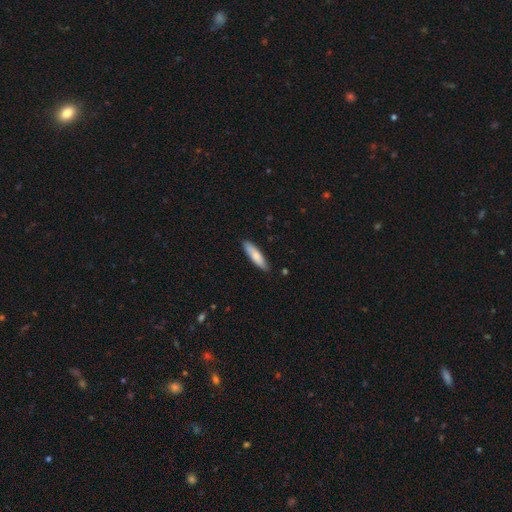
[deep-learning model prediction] Smooth or featured?
  - smooth: 76% *
  - featured or disk: 19%
  - star or artifact: 5%
How rounded?
  - cigar-shaped: 70% *
  - in between: 28%
  - round: 1%
Merging?
  - none: 85% *
  - minor disturbance: 12%
  - major disturbance: 2%
  - merger: 1%